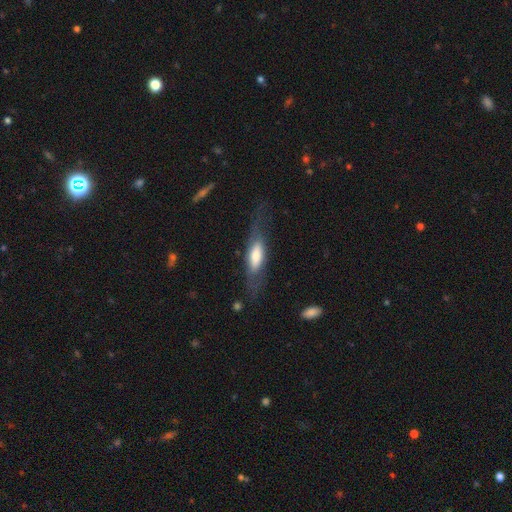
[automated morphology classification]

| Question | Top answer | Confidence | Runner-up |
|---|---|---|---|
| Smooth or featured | smooth | 47% | tied: featured or disk (47%) |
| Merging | none | 59% | minor disturbance (21%) |